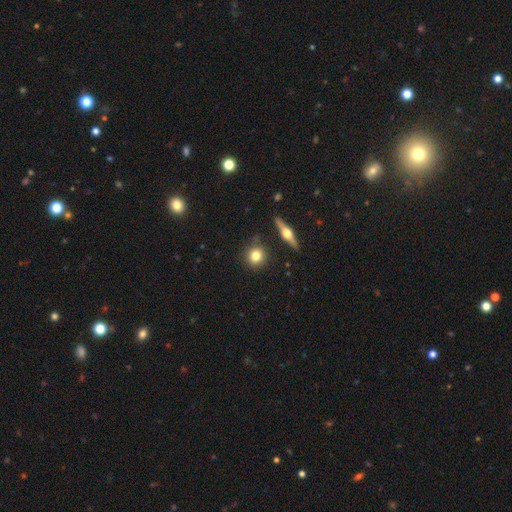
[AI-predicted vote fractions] Q: Smooth or featured?
A: smooth (75%); runner-up: featured or disk (16%)
Q: How rounded?
A: round (89%); runner-up: in between (8%)
Q: Merging?
A: none (86%); runner-up: minor disturbance (8%)